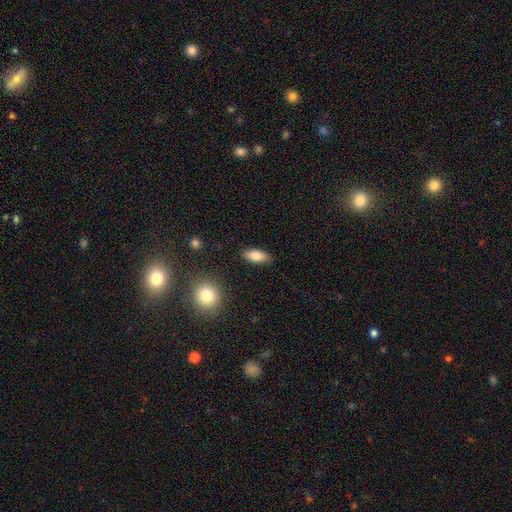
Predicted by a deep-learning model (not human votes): smooth_or_featured: smooth (p=0.83) [alt: featured or disk p=0.10]
how_rounded: in between (p=0.84) [alt: cigar-shaped p=0.13]
merging: none (p=0.86) [alt: minor disturbance p=0.10]